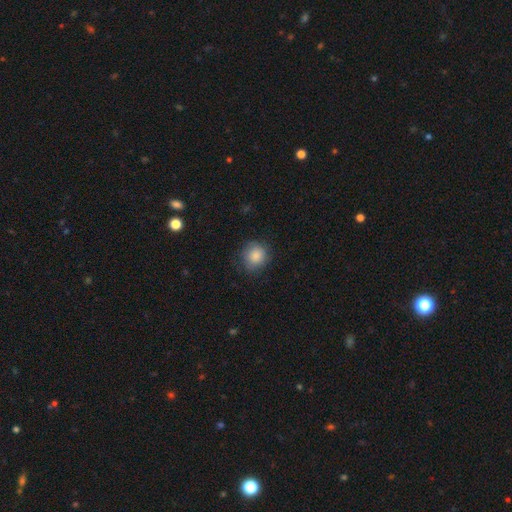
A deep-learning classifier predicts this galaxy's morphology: Smooth or featured?
  - smooth: 87% *
  - star or artifact: 8%
  - featured or disk: 5%
How rounded?
  - round: 85% *
  - in between: 14%
  - cigar-shaped: 1%
Merging?
  - none: 81% *
  - minor disturbance: 14%
  - major disturbance: 4%
  - merger: 1%